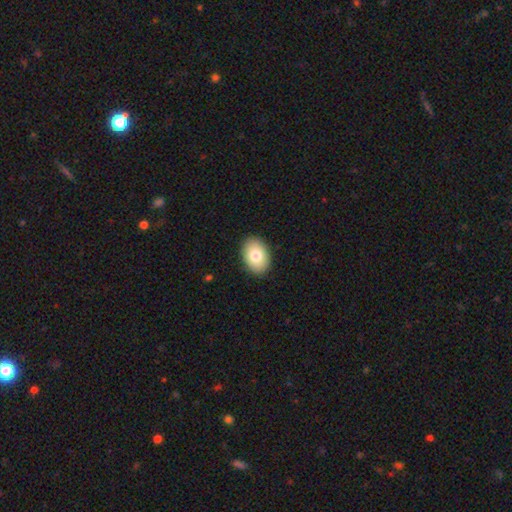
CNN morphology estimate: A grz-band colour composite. It shows a smooth galaxy with no disk features (80%) that is in between round and cigar-shaped (85%). Merging: none (90%).